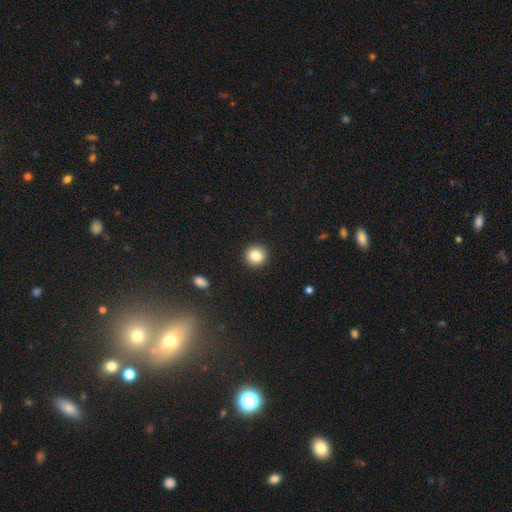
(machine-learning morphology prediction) smooth_or_featured: smooth (p=0.85) [alt: star or artifact p=0.09]
how_rounded: round (p=0.93) [alt: in between p=0.06]
merging: none (p=0.92) [alt: minor disturbance p=0.05]